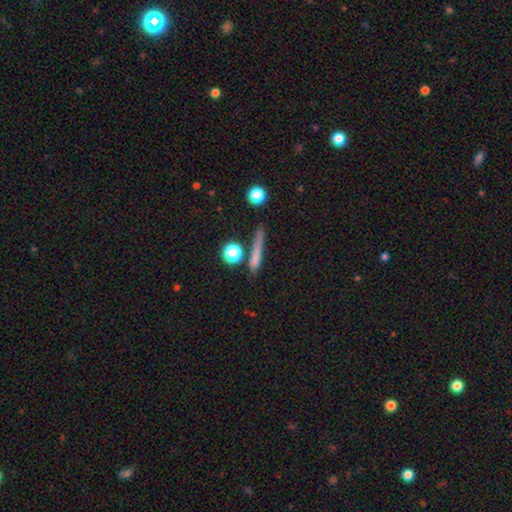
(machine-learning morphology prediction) smooth_or_featured: smooth (p=0.68) [alt: featured or disk p=0.20]
how_rounded: cigar-shaped (p=0.80) [alt: round p=0.11]
merging: none (p=0.73) [alt: minor disturbance p=0.14]